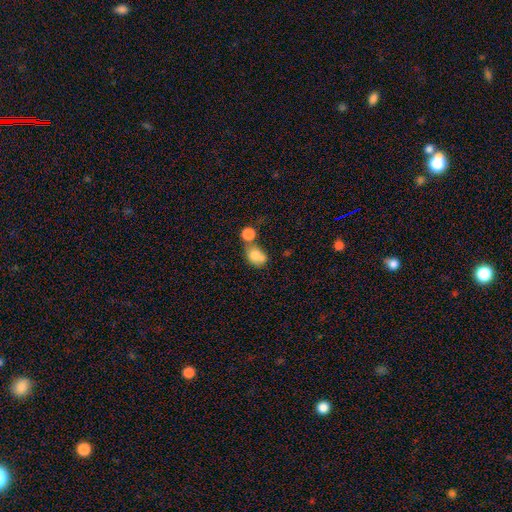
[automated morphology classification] A smooth galaxy with no disk features (77%) that is in between round and cigar-shaped (51%). Merging: merger (48%).